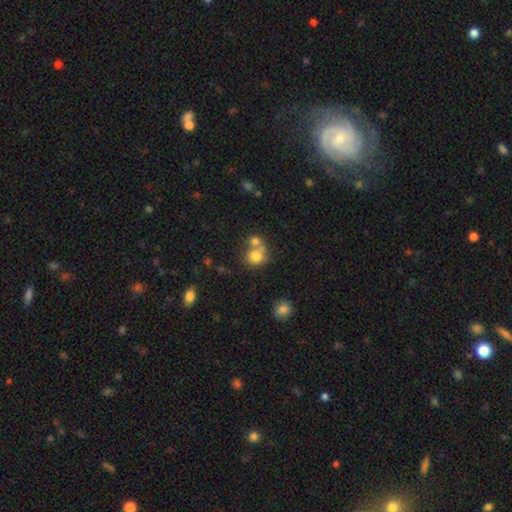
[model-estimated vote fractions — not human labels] Q: Smooth or featured?
A: smooth (77%); runner-up: featured or disk (12%)
Q: How rounded?
A: round (80%); runner-up: in between (19%)
Q: Merging?
A: merger (49%); runner-up: none (39%)